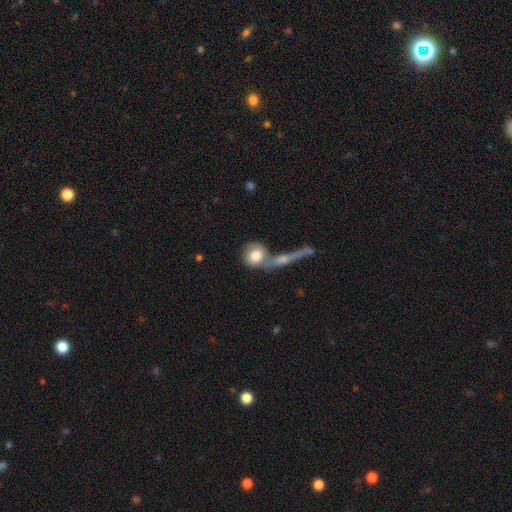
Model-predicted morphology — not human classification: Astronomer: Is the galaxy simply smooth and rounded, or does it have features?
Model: smooth — 72%.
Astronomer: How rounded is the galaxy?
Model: round — 73%.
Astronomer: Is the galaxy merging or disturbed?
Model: none — 42% (runner-up: merger, 39%).